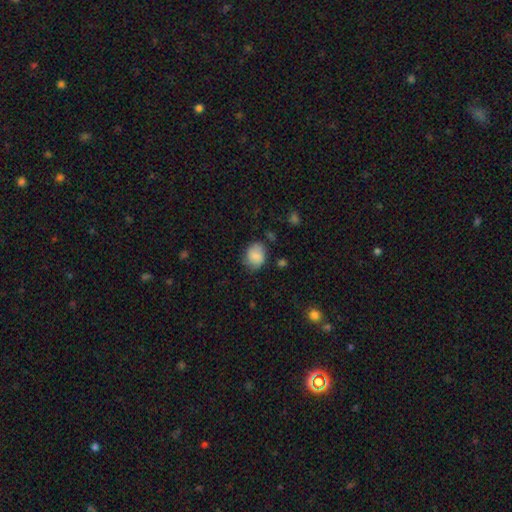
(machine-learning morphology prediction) Smooth or featured: smooth — 79% (featured or disk — 13%)
How rounded: round — 57% (in between — 42%)
Merging: none — 66% (minor disturbance — 25%)